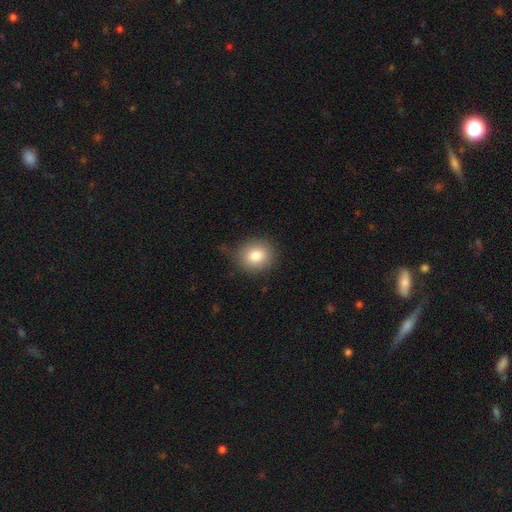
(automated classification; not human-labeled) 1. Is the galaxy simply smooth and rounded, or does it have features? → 82% smooth, 9% featured or disk, 9% star or artifact.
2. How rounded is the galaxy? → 78% round, 21% in between, 1% cigar-shaped.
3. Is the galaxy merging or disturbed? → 75% none, 18% minor disturbance, 5% major disturbance, 2% merger.